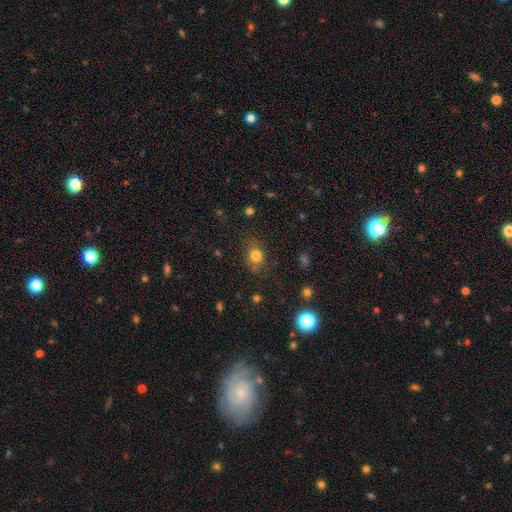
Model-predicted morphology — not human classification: This is likely a smooth galaxy (79%). How rounded: likely round (60%). Merging: likely none (71%).